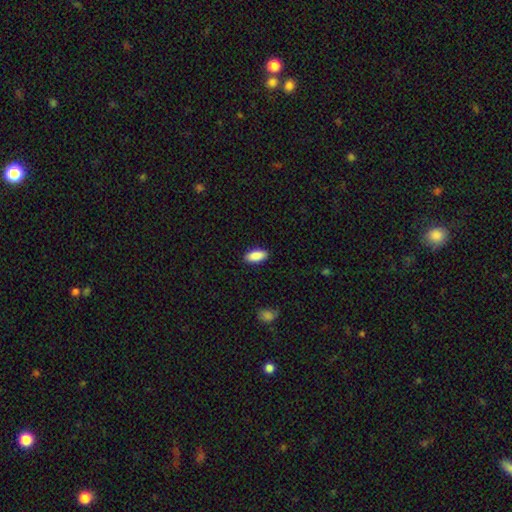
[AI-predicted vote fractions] This is clearly a smooth galaxy (90%). How rounded: clearly in between (90%). Merging: clearly none (89%).